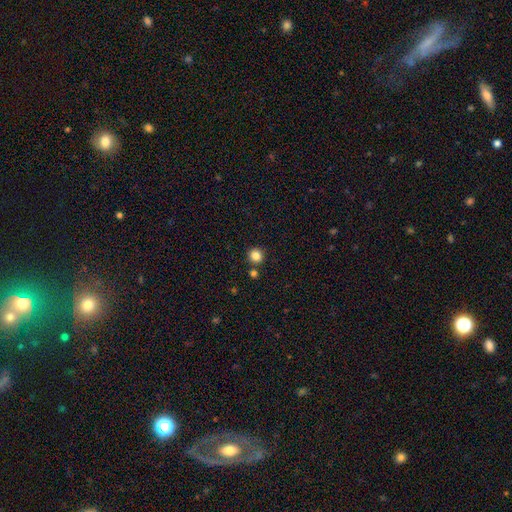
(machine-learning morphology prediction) A smooth galaxy with no disk features (84%) that is round (89%).

Vote fractions:
- Smooth or featured? smooth: 84% / star or artifact: 12% / featured or disk: 4%
- How rounded? round: 89% / in between: 10% / cigar-shaped: 1%
- Merging? none: 84% / merger: 7% / minor disturbance: 7% / major disturbance: 2%